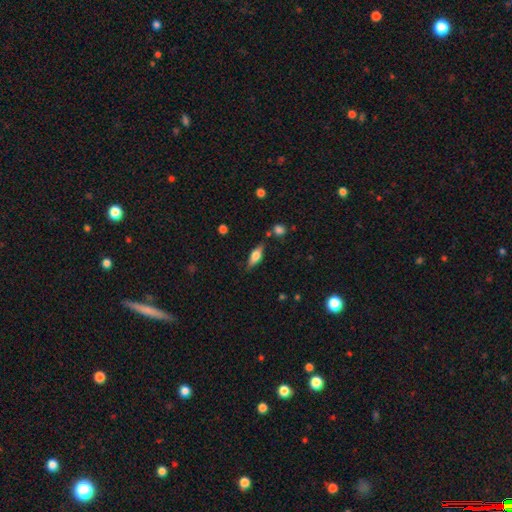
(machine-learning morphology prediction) A smooth galaxy with no disk features (61%) that is in between round and cigar-shaped (68%). Merging: none (76%).